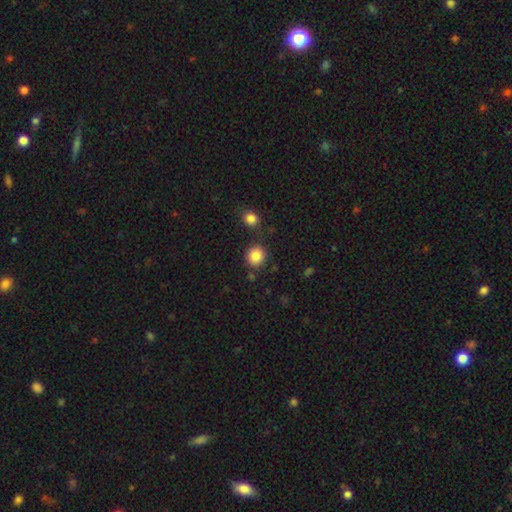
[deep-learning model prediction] This appears to be a smooth galaxy with no disk features (85%) that is round (87%). Merging: none (82%).